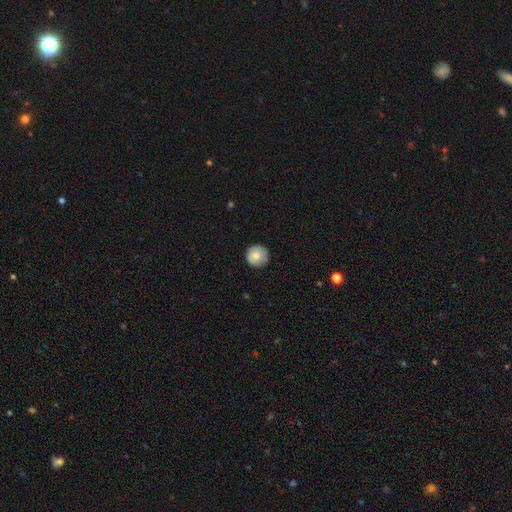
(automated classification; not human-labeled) Smooth or featured? smooth (77%)
How rounded? round (95%)
Merging? none (83%)